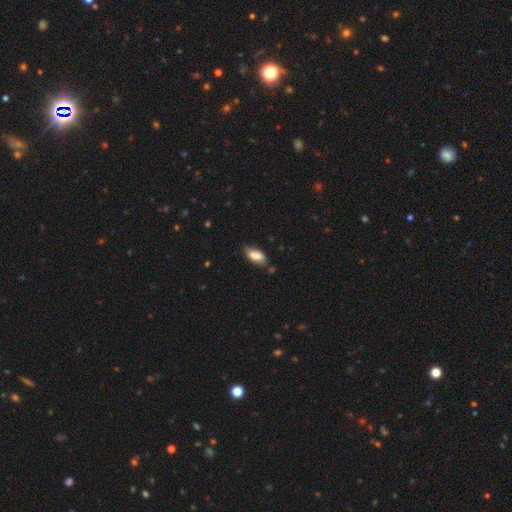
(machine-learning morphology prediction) type=smooth (82%); roundness=in between (86%); merging=none (71%).